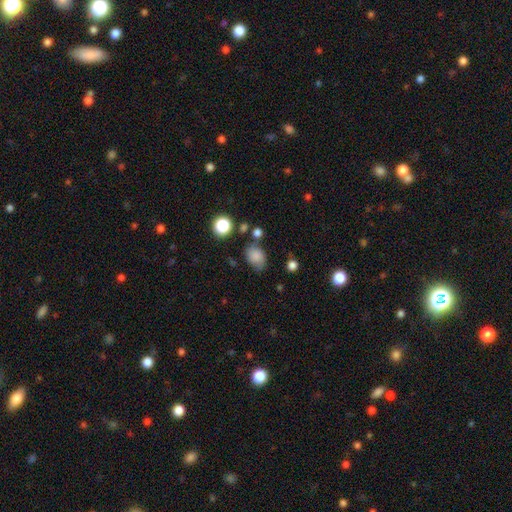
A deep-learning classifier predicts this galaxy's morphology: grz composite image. It shows a smooth galaxy with no disk features (80%) that is in between round and cigar-shaped (66%). Merging: none (64%).